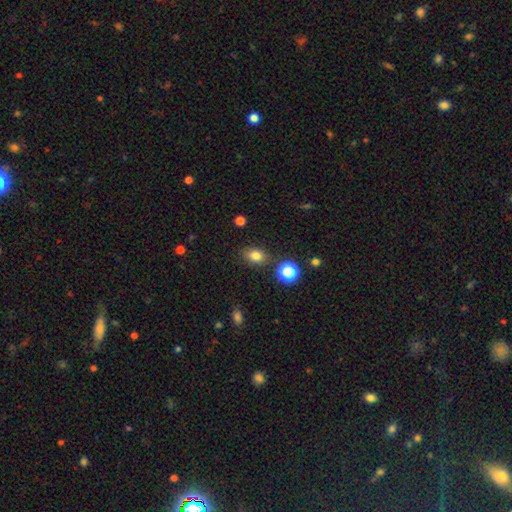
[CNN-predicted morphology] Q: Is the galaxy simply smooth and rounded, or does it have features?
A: smooth — 79%.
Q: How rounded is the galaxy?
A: in between — 69%.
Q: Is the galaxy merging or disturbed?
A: none — 81%.